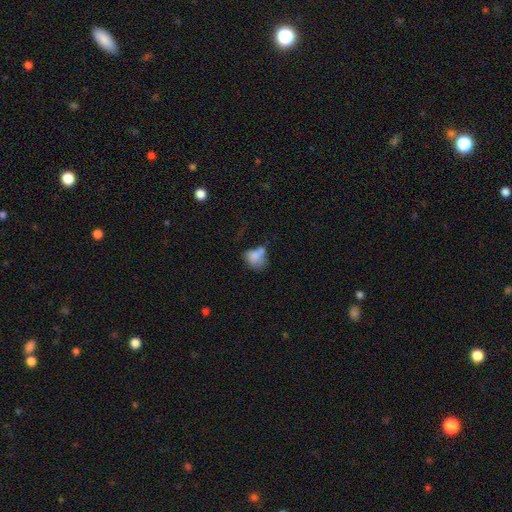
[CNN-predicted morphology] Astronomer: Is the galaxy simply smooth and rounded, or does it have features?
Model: smooth — 72%.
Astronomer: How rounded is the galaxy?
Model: in between — 56% (runner-up: round, 42%).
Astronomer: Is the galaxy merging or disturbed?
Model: none — 29% (runner-up: merger, 28%).